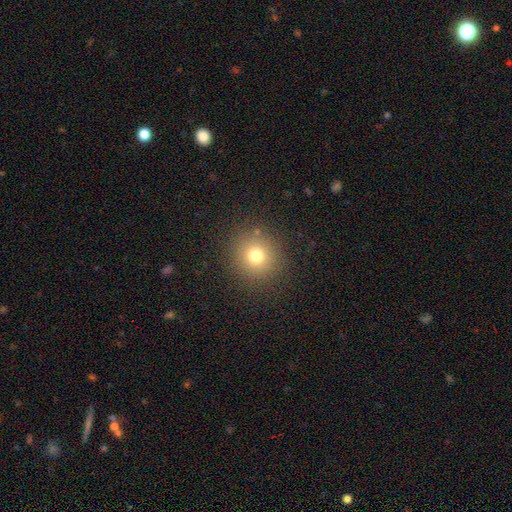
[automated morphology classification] smooth-or-featured: smooth: 74% | star or artifact: 17% | featured or disk: 10%
  how-rounded: round: 91% | in between: 8% | cigar-shaped: 1%
  merging: none: 88% | minor disturbance: 7% | major disturbance: 4% | merger: 1%